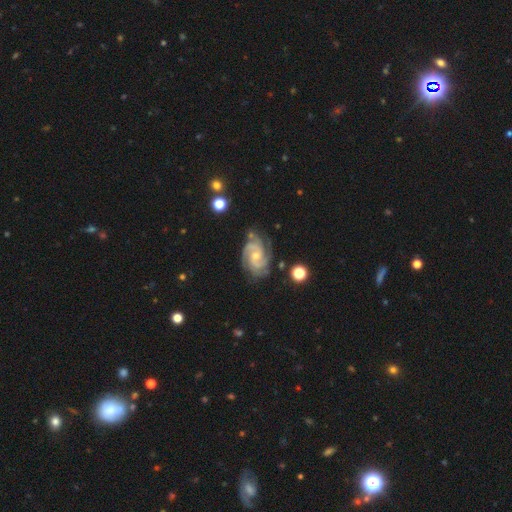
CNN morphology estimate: The model was most divided on "spiral winding": tight: 54%, medium: 40%, loose: 6%. Remaining: spiral arms — yes (99%); edge-on disk — no (98%); smooth or featured — featured or disk (92%); merging — none (73%); bar — no (57%); bulge size — small (57%); spiral arm count — 3 (45%).